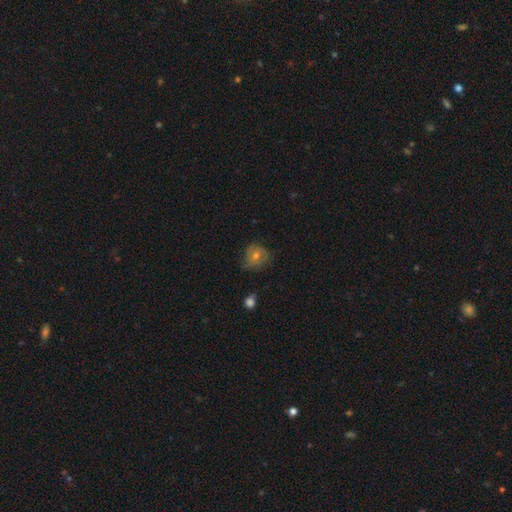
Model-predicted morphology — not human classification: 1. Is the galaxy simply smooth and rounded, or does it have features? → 45% smooth, 40% featured or disk, 15% star or artifact.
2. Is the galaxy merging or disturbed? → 67% none, 24% minor disturbance, 8% major disturbance, 2% merger.